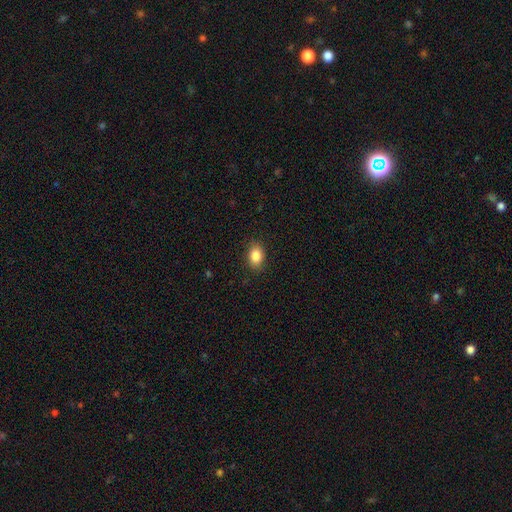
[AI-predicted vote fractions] Morphology: type=smooth (86%); roundness=in between (82%); merging=none (88%).